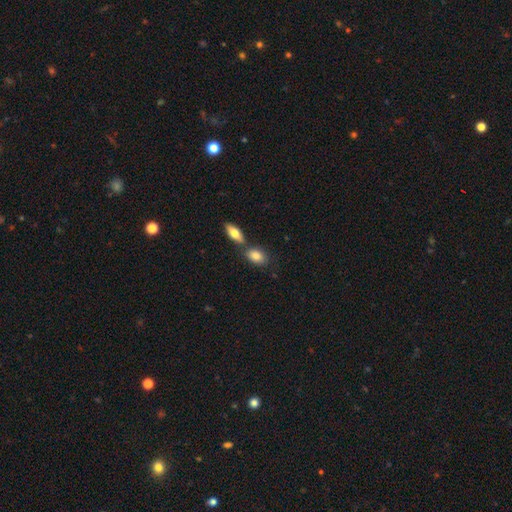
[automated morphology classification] Smooth or featured?
  - smooth: 82% *
  - featured or disk: 11%
  - star or artifact: 7%
How rounded?
  - in between: 86% *
  - round: 10%
  - cigar-shaped: 4%
Merging?
  - none: 55% *
  - merger: 31%
  - minor disturbance: 11%
  - major disturbance: 3%